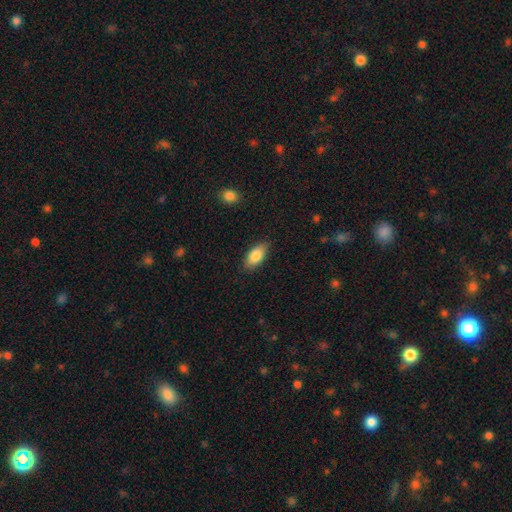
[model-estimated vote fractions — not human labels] This is clearly a smooth galaxy (82%). How rounded: clearly in between (88%). Merging: clearly none (85%).